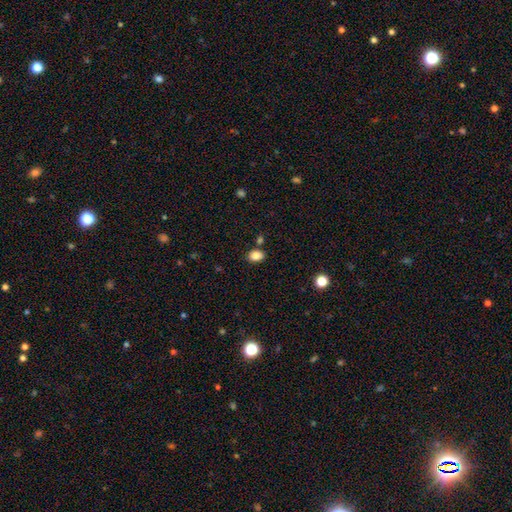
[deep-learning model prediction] A smooth galaxy with no disk features (85%) that is in between round and cigar-shaped (73%).

Vote fractions:
- Smooth or featured? smooth: 85% / star or artifact: 10% / featured or disk: 5%
- How rounded? in between: 73% / round: 26% / cigar-shaped: 1%
- Merging? none: 80% / minor disturbance: 11% / merger: 6% / major disturbance: 3%